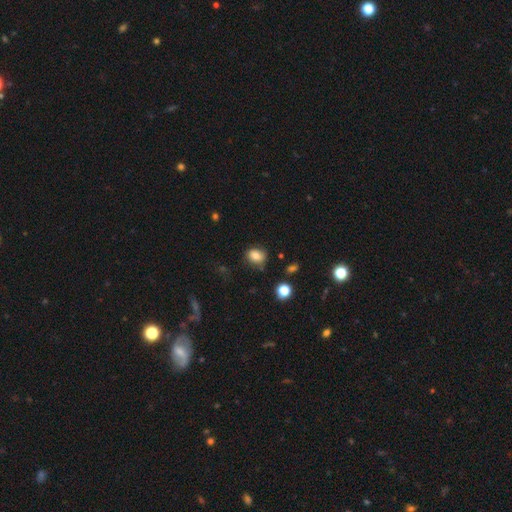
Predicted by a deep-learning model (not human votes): Smooth or featured? smooth (79%)
How rounded? round (52%)
Merging? none (73%)